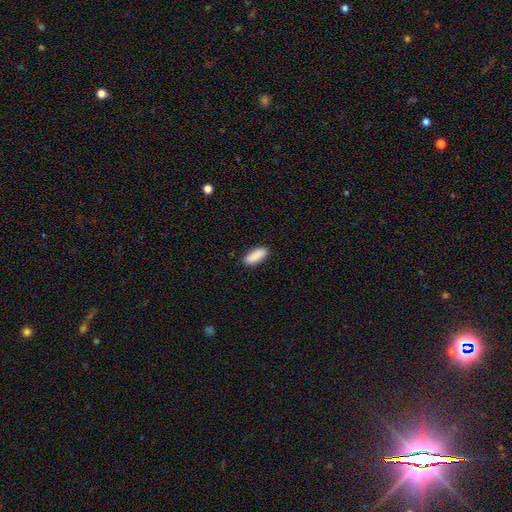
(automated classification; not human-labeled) smooth-or-featured: smooth: 90% | star or artifact: 6% | featured or disk: 4%
  how-rounded: in between: 77% | cigar-shaped: 21% | round: 2%
  merging: none: 88% | minor disturbance: 9% | major disturbance: 2% | merger: 1%